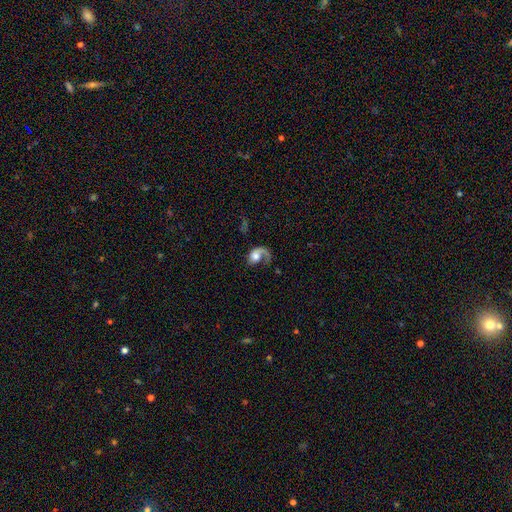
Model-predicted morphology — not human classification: Q: Smooth or featured?
A: featured or disk (63%); runner-up: smooth (29%)
Q: Edge-on disk?
A: no (97%); runner-up: yes (3%)
Q: Bar?
A: no (76%); runner-up: weak (20%)
Q: Spiral arms?
A: yes (87%); runner-up: no (13%)
Q: Spiral winding?
A: loose (58%); runner-up: medium (29%)
Q: Spiral arm count?
A: 1 (86%); runner-up: 2 (8%)
Q: Bulge size?
A: moderate (43%); runner-up: large (34%)
Q: Merging?
A: major disturbance (47%); runner-up: none (32%)